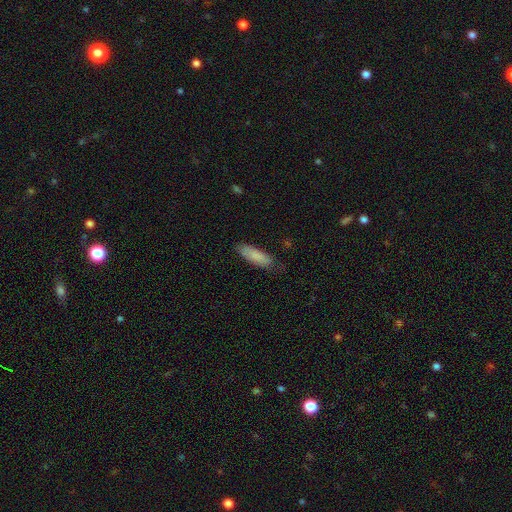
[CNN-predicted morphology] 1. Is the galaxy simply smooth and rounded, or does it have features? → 85% smooth, 9% featured or disk, 6% star or artifact.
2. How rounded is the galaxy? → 53% in between, 46% cigar-shaped, 1% round.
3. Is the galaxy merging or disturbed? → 77% none, 18% minor disturbance, 3% major disturbance, 1% merger.